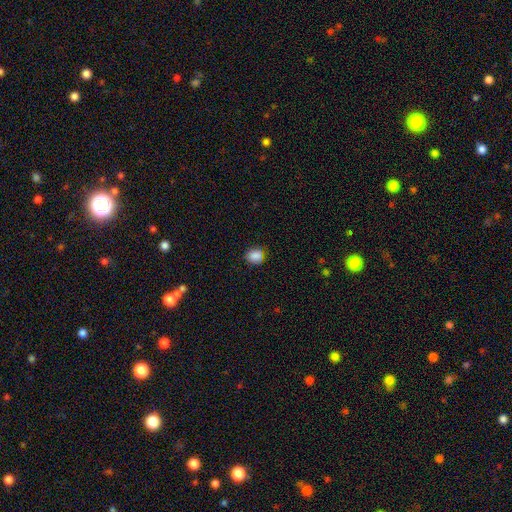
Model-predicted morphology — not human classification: smooth_or_featured: smooth (p=0.86) [alt: star or artifact p=0.09]
how_rounded: round (p=0.66) [alt: in between p=0.33]
merging: none (p=0.81) [alt: minor disturbance p=0.15]